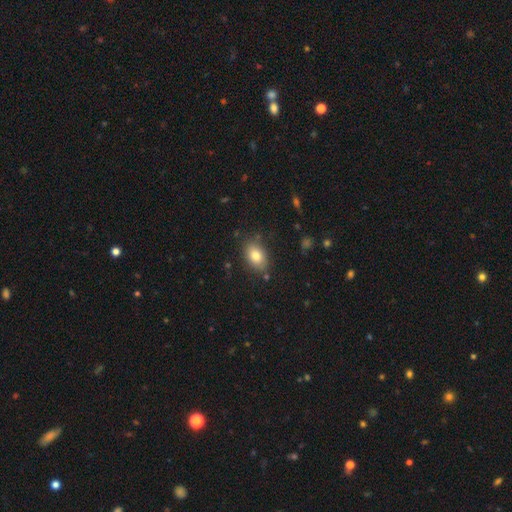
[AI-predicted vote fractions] Smooth or featured? Predicted: smooth (p=0.80). How rounded? Predicted: in between (p=0.83). Merging? Predicted: none (p=0.81).